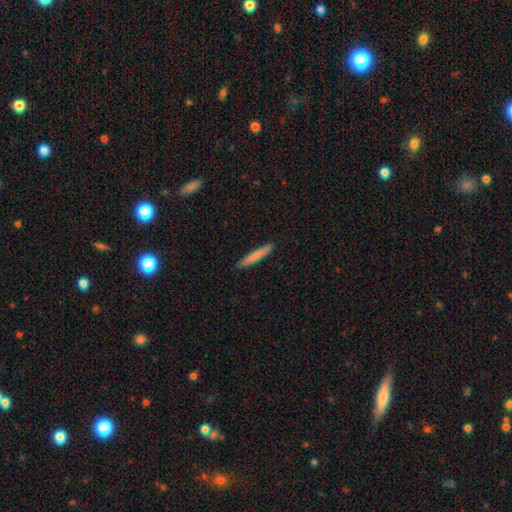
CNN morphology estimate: This appears to be a smooth galaxy with no disk features (76%) that is cigar-shaped (95%). Merging: none (91%).